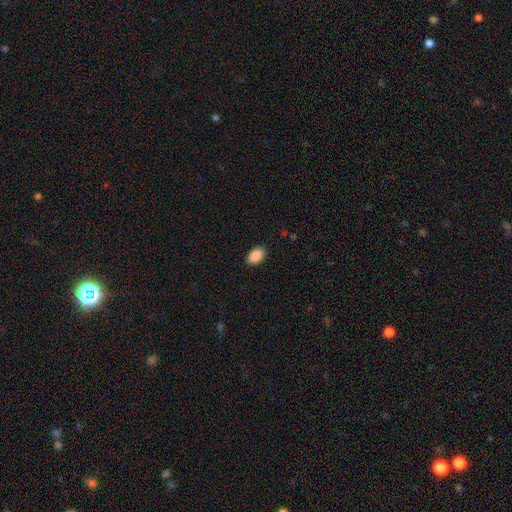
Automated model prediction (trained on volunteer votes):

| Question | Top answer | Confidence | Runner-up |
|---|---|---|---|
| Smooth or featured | smooth | 89% | star or artifact (7%) |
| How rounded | in between | 90% | round (9%) |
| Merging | none | 88% | minor disturbance (9%) |